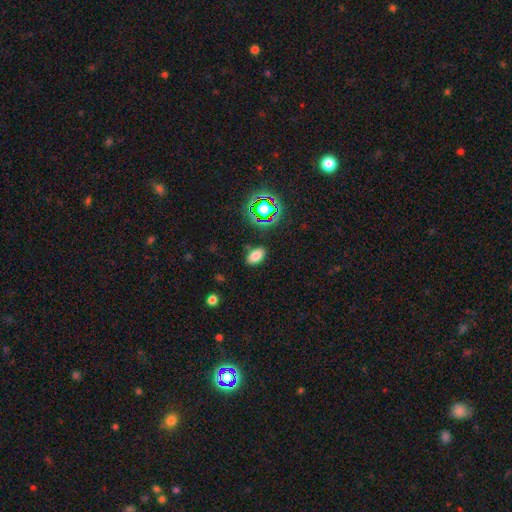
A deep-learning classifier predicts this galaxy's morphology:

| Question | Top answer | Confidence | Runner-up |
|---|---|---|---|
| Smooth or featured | smooth | 74% | star or artifact (19%) |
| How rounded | in between | 90% | round (8%) |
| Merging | none | 85% | minor disturbance (10%) |